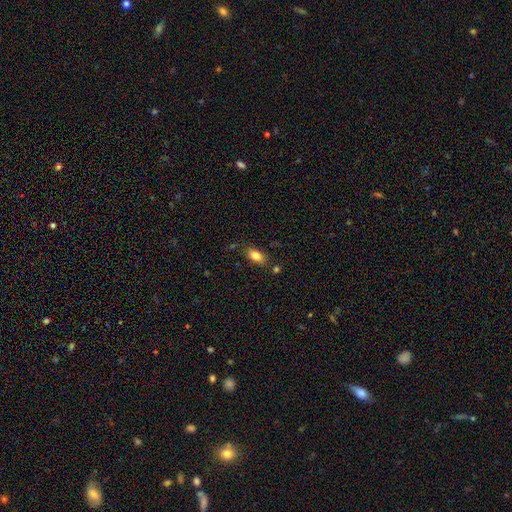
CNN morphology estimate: smooth 82%, featured or disk 9%, star or artifact 9%. Down the decision tree: how rounded — in between (89%); merging — none (79%).